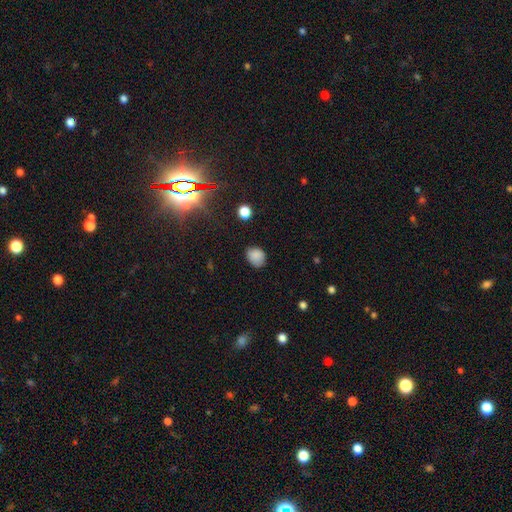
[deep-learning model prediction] Smooth or featured? smooth (84%)
How rounded? round (60%)
Merging? none (76%)